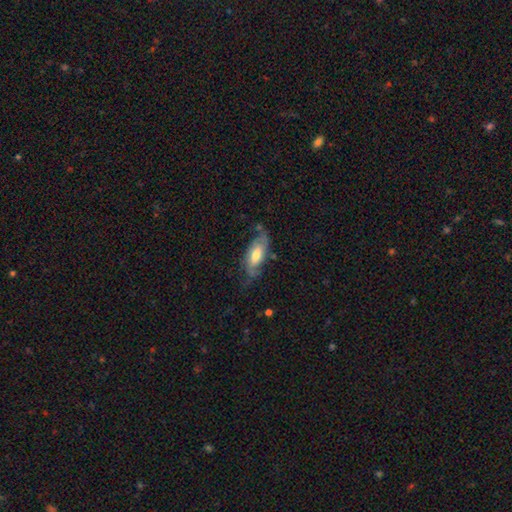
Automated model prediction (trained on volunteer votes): Morphology: type=featured or disk (53%); edge-on=no (84%); merging=none (56%).